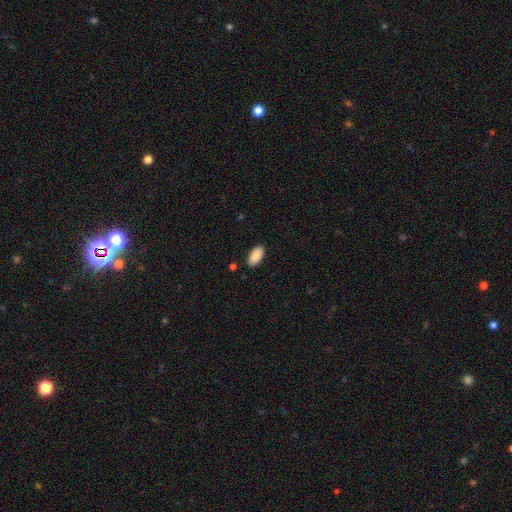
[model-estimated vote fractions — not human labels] This is clearly a smooth galaxy (89%). How rounded: clearly in between (94%). Merging: clearly none (88%).